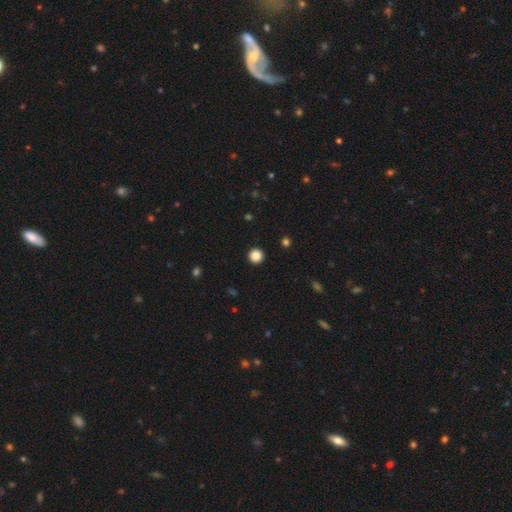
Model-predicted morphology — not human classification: This appears to be a smooth galaxy with no disk features (86%) that is round (96%). Merging: none (94%).